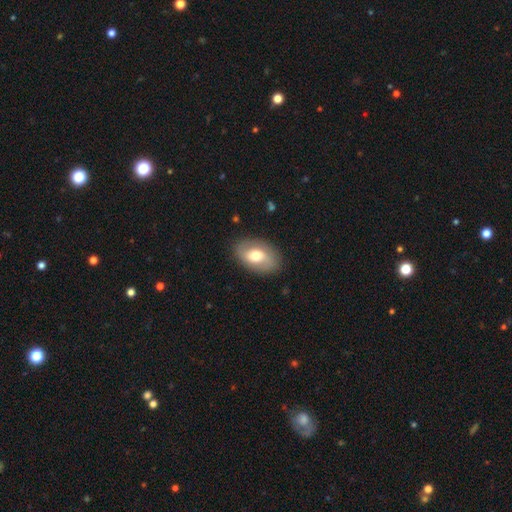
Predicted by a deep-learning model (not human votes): Morphology: type=smooth (55%); roundness=in between (89%); merging=none (84%).